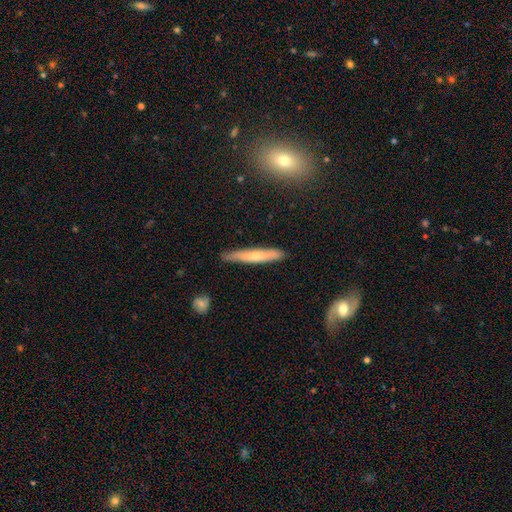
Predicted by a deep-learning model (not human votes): smooth_or_featured: smooth (p=0.54) [alt: featured or disk p=0.40]
how_rounded: cigar-shaped (p=0.92) [alt: in between p=0.06]
merging: none (p=0.84) [alt: minor disturbance p=0.12]